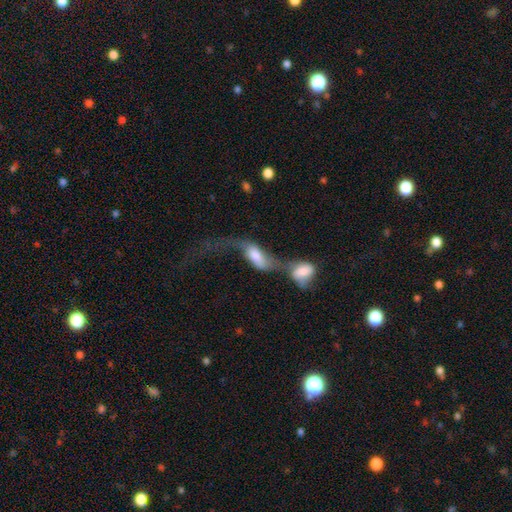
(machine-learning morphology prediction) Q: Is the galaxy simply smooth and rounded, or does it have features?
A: smooth — 48%.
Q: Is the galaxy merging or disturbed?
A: merger — 77%.